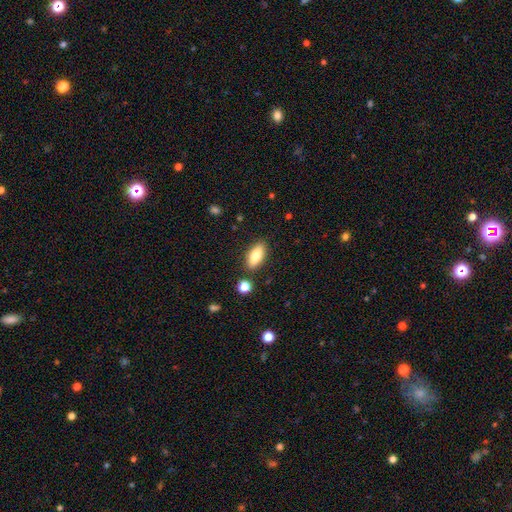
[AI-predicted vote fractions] Smooth or featured: smooth — 81% (featured or disk — 12%)
How rounded: in between — 81% (cigar-shaped — 16%)
Merging: none — 85% (minor disturbance — 10%)